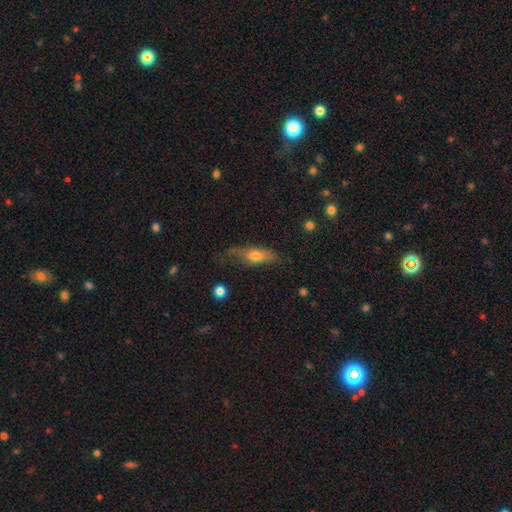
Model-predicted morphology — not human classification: This is likely a smooth galaxy (63%). How rounded: likely in between (65%). Merging: possibly none (46%).